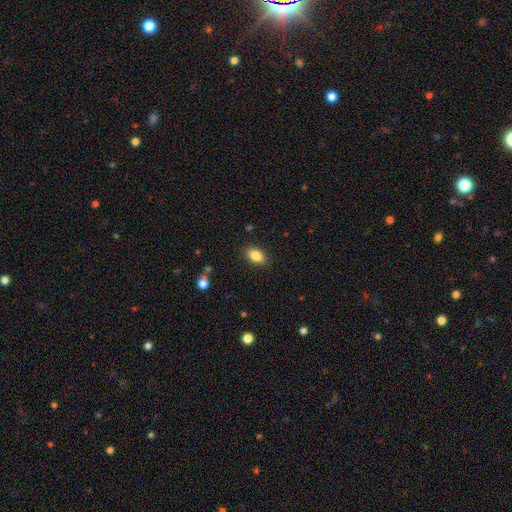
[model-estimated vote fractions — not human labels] A smooth galaxy with no disk features (85%) that is in between round and cigar-shaped (89%).

Vote fractions:
- Smooth or featured? smooth: 85% / star or artifact: 8% / featured or disk: 7%
- How rounded? in between: 89% / round: 10% / cigar-shaped: 2%
- Merging? none: 87% / minor disturbance: 9% / major disturbance: 2% / merger: 1%